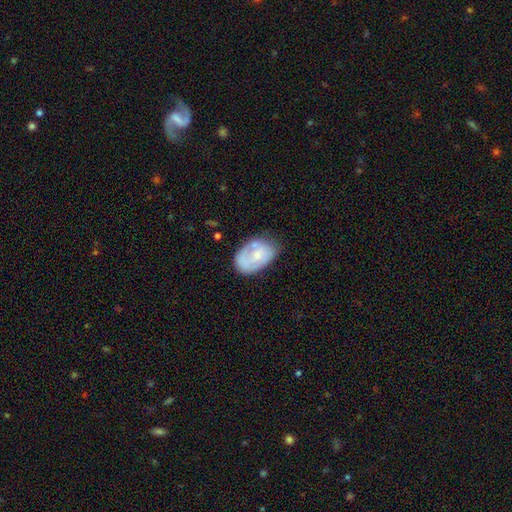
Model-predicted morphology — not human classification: type=smooth (51%); roundness=in between (84%); merging=none (51%).